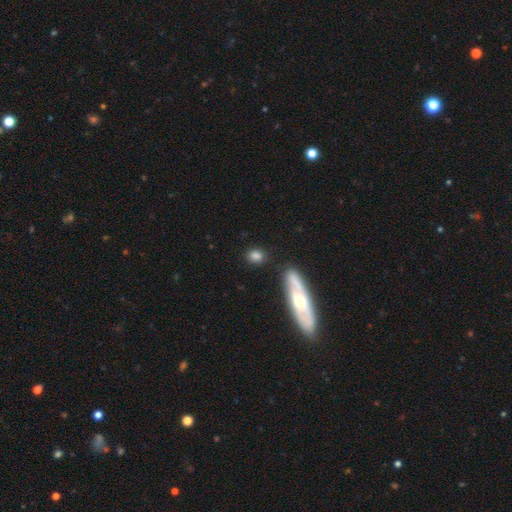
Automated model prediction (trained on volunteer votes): Morphology: type=smooth (80%); roundness=round (55%); merging=none (80%).